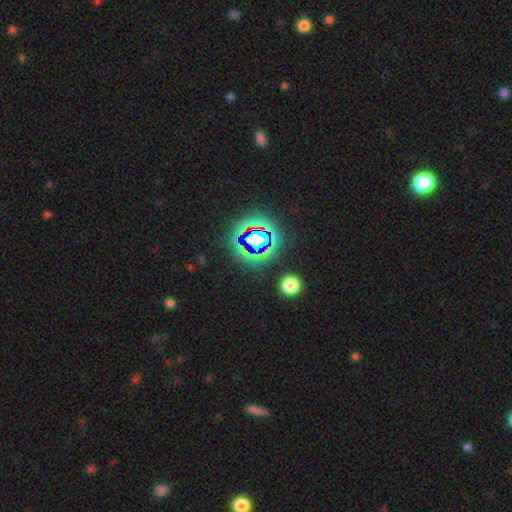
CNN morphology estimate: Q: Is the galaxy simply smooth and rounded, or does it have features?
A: star or artifact — 81%.